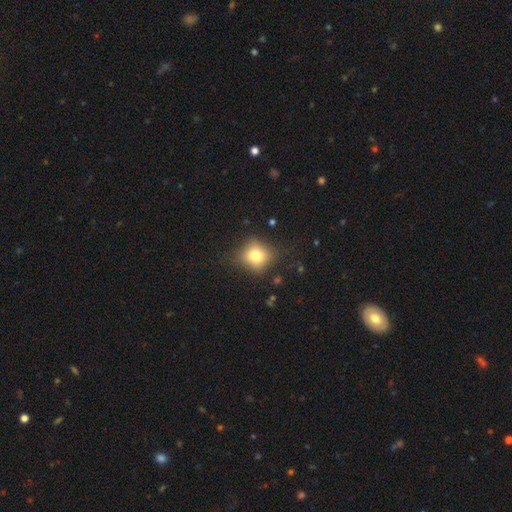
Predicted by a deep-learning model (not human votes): Morphology: type=smooth (72%); roundness=round (82%); merging=none (77%).